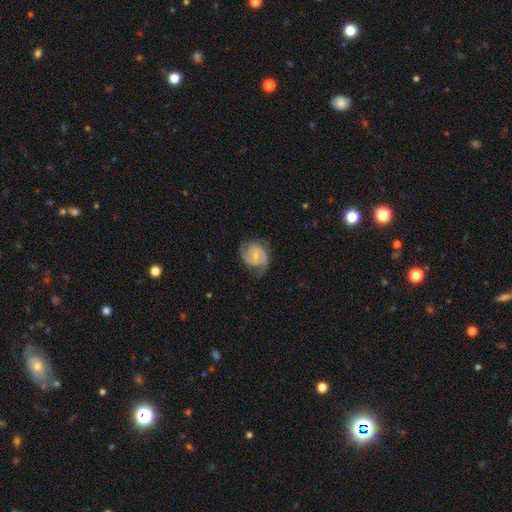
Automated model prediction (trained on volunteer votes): A featured or disk galaxy (69%) with no bar (55%), 2 (74%) medium (44%) spiral arms (89%) and a small central bulge (61%). Merging: none (59%).